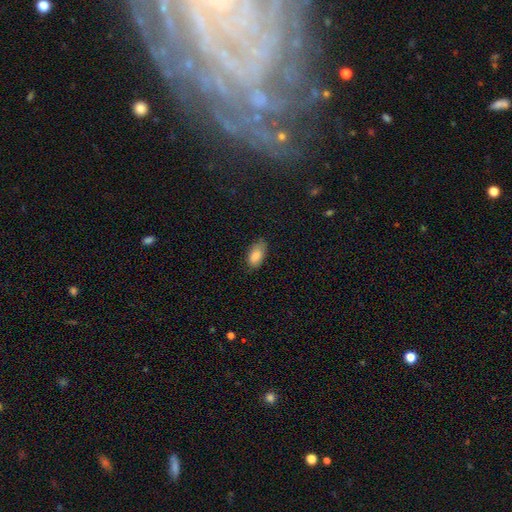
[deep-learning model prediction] Smooth or featured? Predicted: smooth (p=0.86). How rounded? Predicted: in between (p=0.93). Merging? Predicted: none (p=0.70).